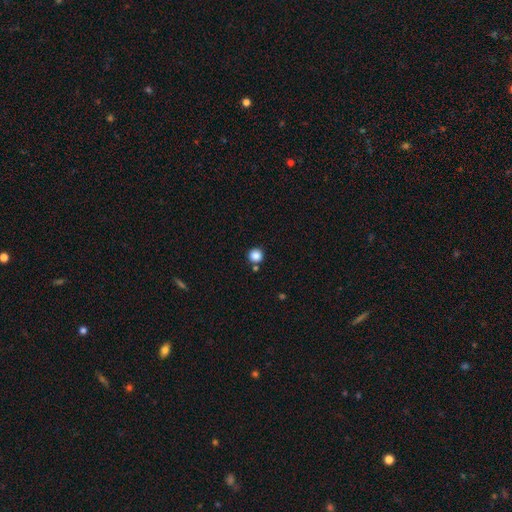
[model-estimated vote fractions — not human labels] The model was most divided on "smooth or featured": smooth: 86%, star or artifact: 11%, featured or disk: 3%. More confident: how rounded — round (95%); merging — none (84%).